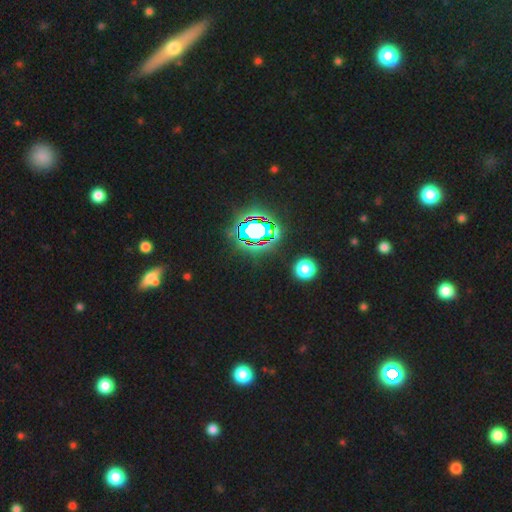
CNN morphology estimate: A star or artifact, not a galaxy (77%).